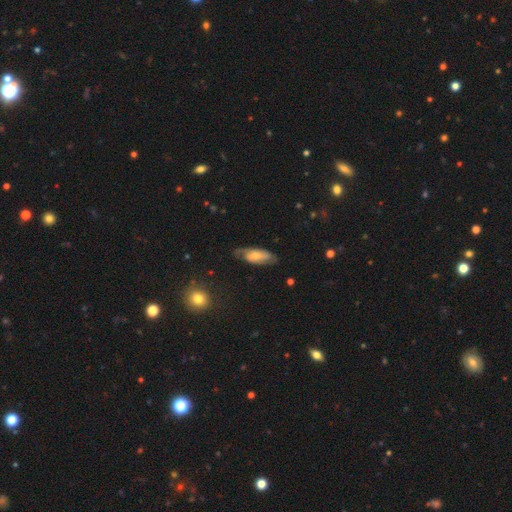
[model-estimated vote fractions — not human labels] smooth_or_featured: featured or disk (p=0.58) [alt: smooth p=0.35]
disk_edge_on: no (p=0.87) [alt: yes p=0.13]
bar: no (p=0.60) [alt: weak p=0.31]
has_spiral_arms: yes (p=0.83) [alt: no p=0.17]
bulge_size: small (p=0.52) [alt: moderate p=0.40]
merging: none (p=0.64) [alt: minor disturbance p=0.24]